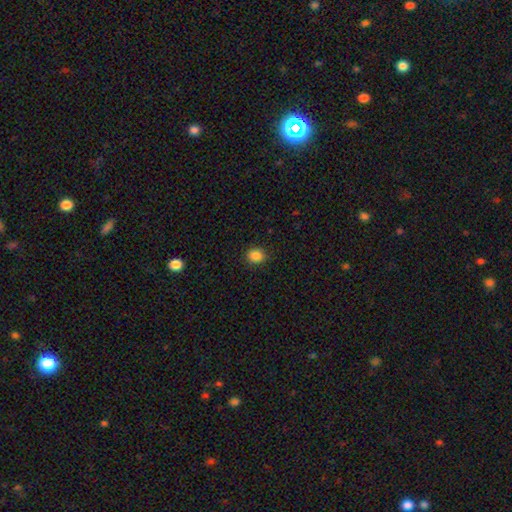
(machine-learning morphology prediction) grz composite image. It shows a smooth galaxy with no disk features (86%) that is round (74%). Merging: none (89%).